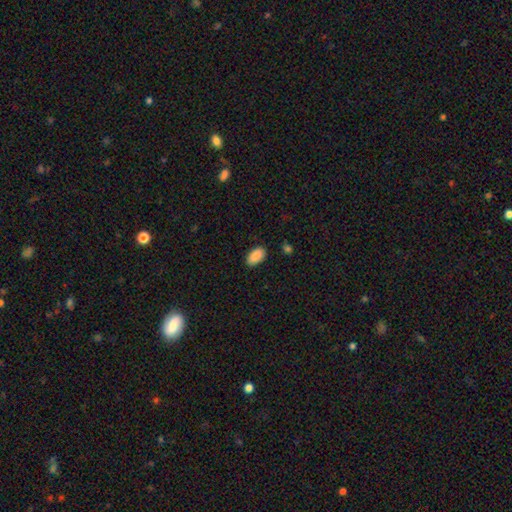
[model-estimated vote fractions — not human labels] This appears to be a smooth galaxy with no disk features (90%) that is in between round and cigar-shaped (94%). Merging: none (84%).